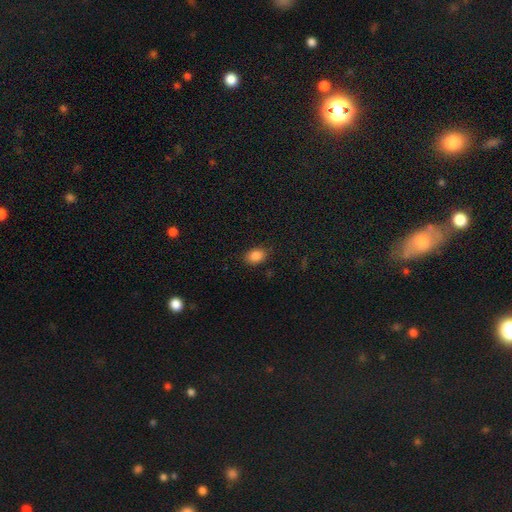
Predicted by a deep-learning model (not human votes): Overall: smooth (86%). How rounded: in between (74%). Merging: none (83%).